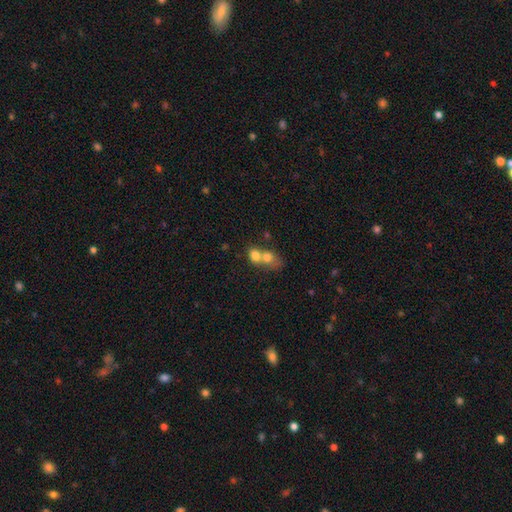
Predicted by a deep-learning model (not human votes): A smooth galaxy with no disk features (73%) that is round (51%). Merging: merger (71%).